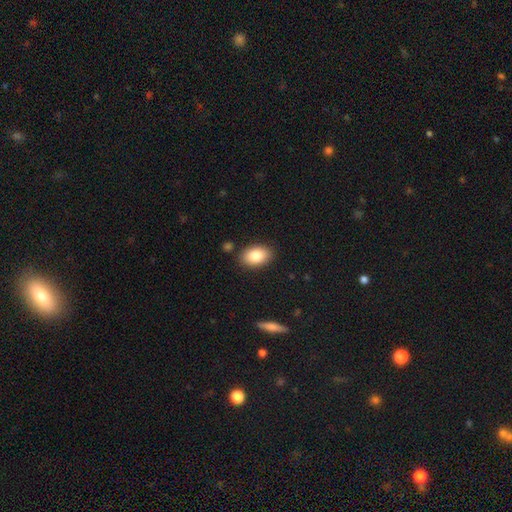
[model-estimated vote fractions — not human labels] smooth-or-featured: smooth: 84% | featured or disk: 9% | star or artifact: 7%
  how-rounded: in between: 89% | round: 10% | cigar-shaped: 1%
  merging: none: 85% | minor disturbance: 10% | major disturbance: 2% | merger: 2%